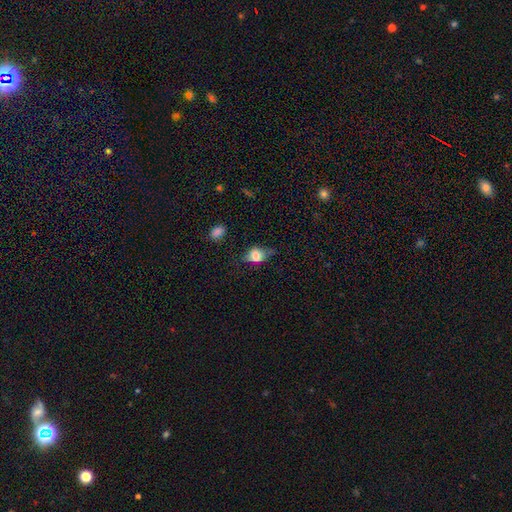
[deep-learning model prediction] This appears to be a smooth galaxy with no disk features (63%) that is in between round and cigar-shaped (61%). Merging: none (59%).